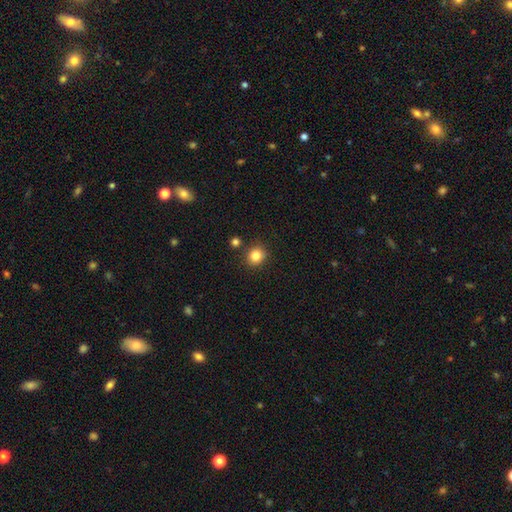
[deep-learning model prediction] This appears to be a smooth galaxy with no disk features (83%) that is round (85%). Merging: none (84%).